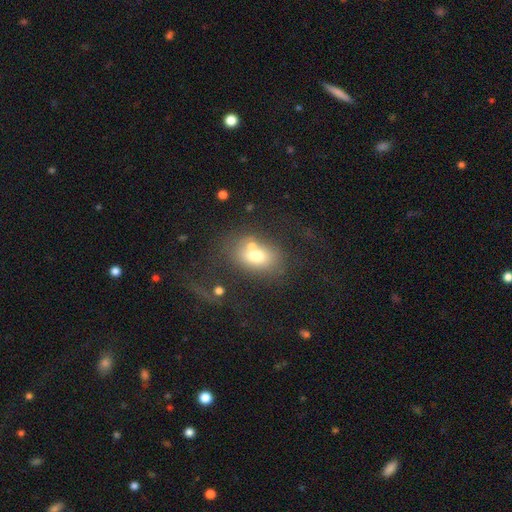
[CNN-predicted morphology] smooth-or-featured: smooth: 67% | featured or disk: 22% | star or artifact: 12%
  how-rounded: in between: 71% | round: 27% | cigar-shaped: 2%
  merging: none: 44% | merger: 30% | minor disturbance: 14% | major disturbance: 12%